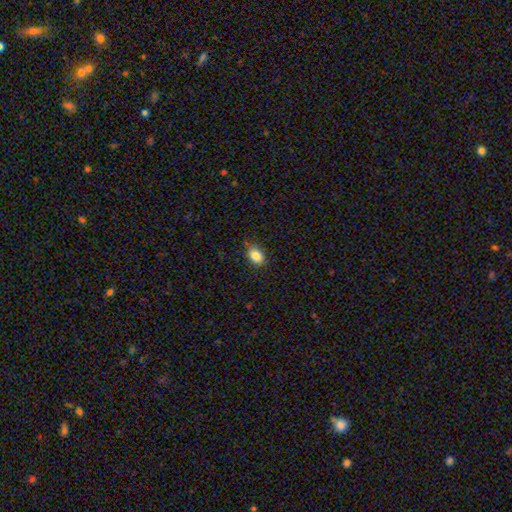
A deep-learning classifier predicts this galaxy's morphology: smooth_or_featured: smooth (p=0.87) [alt: star or artifact p=0.09]
how_rounded: in between (p=0.78) [alt: round p=0.21]
merging: none (p=0.80) [alt: minor disturbance p=0.15]